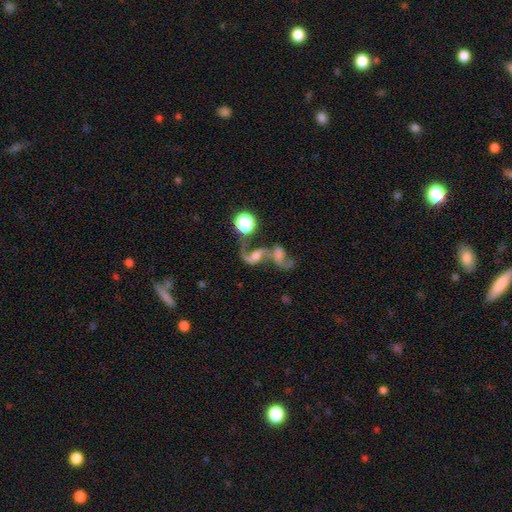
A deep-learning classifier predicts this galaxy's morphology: smooth-or-featured: featured or disk: 68% | smooth: 19% | star or artifact: 13%
  disk-edge-on: no: 96% | yes: 4%
    bar: no: 52% | weak: 34% | strong: 14%
    has-spiral-arms: yes: 87% | no: 13%
      spiral-winding: loose: 80% | medium: 17% | tight: 4%
      spiral-arm-count: 2: 74% | 1: 19% | can't tell: 4% | 3: 1% | 4: 1% | more than 4: 1%
    bulge-size: moderate: 39% | small: 24% | none: 19% | large: 15% | dominant: 3%
  merging: merger: 62% | none: 17% | major disturbance: 13% | minor disturbance: 7%